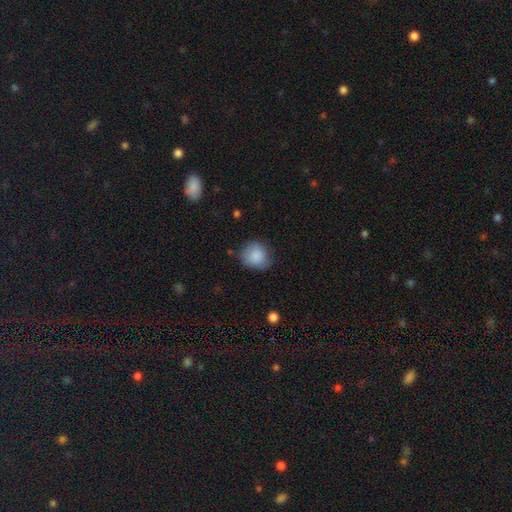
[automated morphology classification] A smooth galaxy with no disk features (85%) that is round (78%). Merging: none (69%).